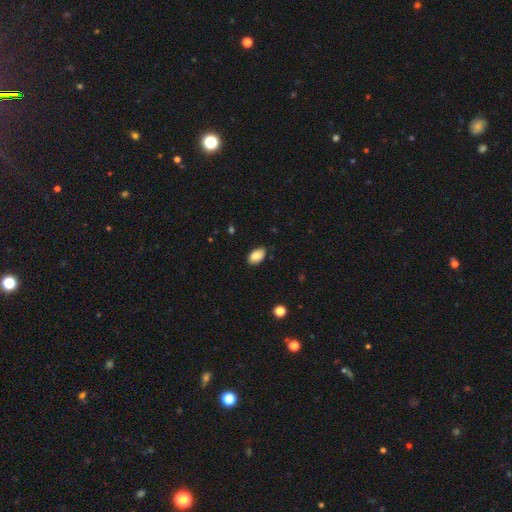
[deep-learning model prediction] Smooth or featured? smooth (82%)
How rounded? in between (91%)
Merging? none (82%)